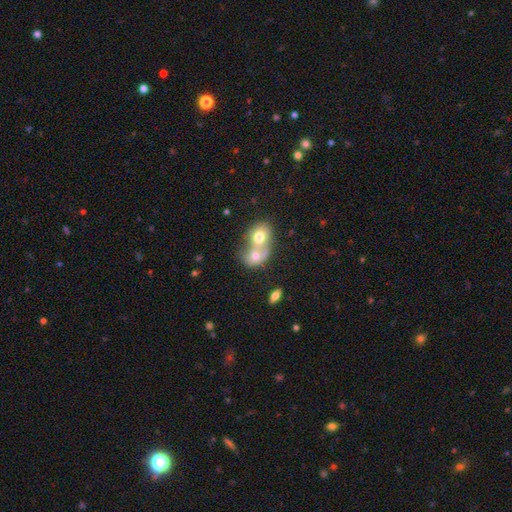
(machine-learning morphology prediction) smooth 66%, featured or disk 24%, star or artifact 9%. Down the decision tree: how rounded — round (49%, tied with in between); merging — merger (78%).